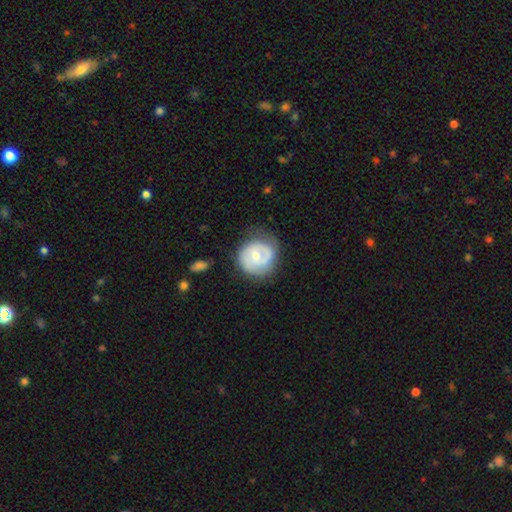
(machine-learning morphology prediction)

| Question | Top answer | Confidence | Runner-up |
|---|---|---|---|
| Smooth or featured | featured or disk | 54% | smooth (40%) |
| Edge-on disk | no | 97% | yes (3%) |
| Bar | no | 65% | weak (28%) |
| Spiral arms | yes | 60% | no (40%) |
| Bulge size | moderate | 59% | small (36%) |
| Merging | none | 66% | minor disturbance (23%) |